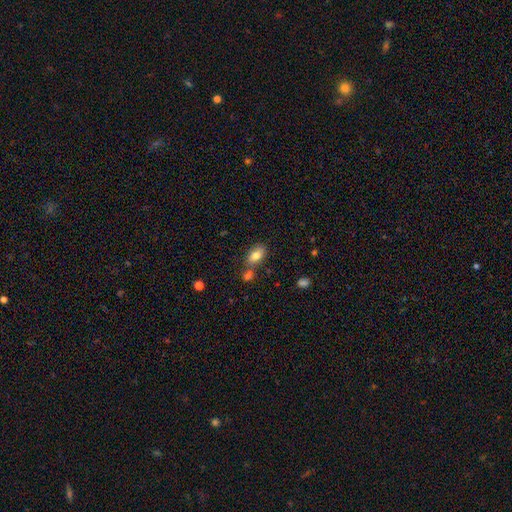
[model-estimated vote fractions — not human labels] Smooth or featured: smooth — 81% (featured or disk — 10%)
How rounded: in between — 88% (round — 9%)
Merging: none — 63% (merger — 20%)